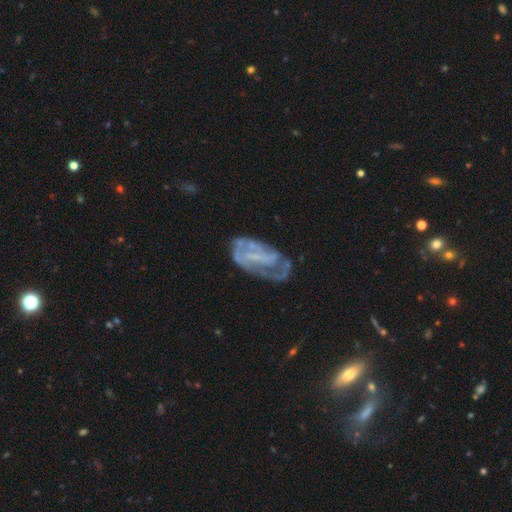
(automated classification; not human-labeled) featured or disk 74%, smooth 18%, star or artifact 8%. Down the decision tree: edge-on disk — no (95%); bar — no (40%); spiral arms — yes (72%); spiral arm count — 2 (39%); spiral winding — tight (40%); bulge size — none (57%); merging — none (43%).